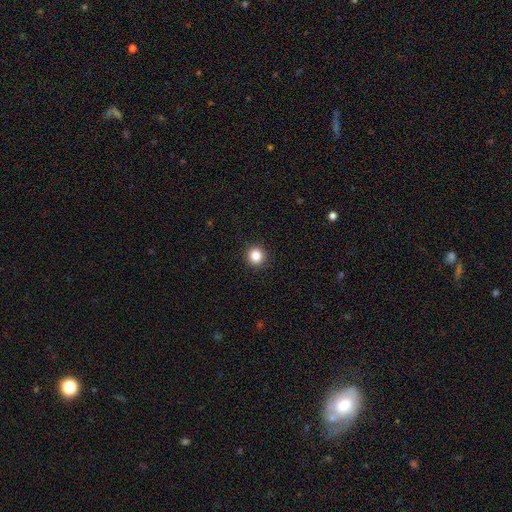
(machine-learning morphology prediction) Overall: smooth (85%). How rounded: round (93%). Merging: none (92%).